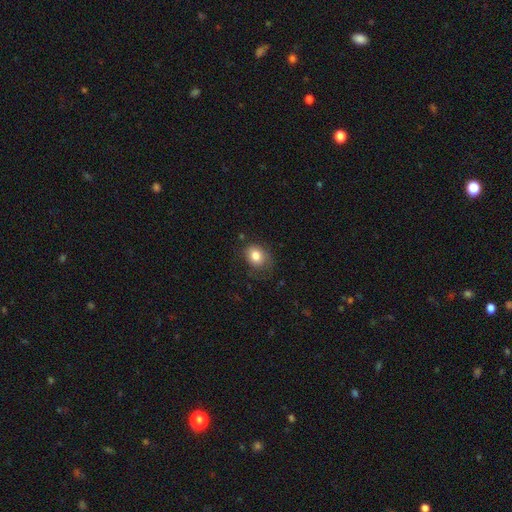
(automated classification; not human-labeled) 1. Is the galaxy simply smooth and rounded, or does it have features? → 81% smooth, 10% featured or disk, 9% star or artifact.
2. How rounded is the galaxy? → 51% in between, 48% round, 1% cigar-shaped.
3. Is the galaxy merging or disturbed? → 65% none, 23% minor disturbance, 10% major disturbance, 2% merger.